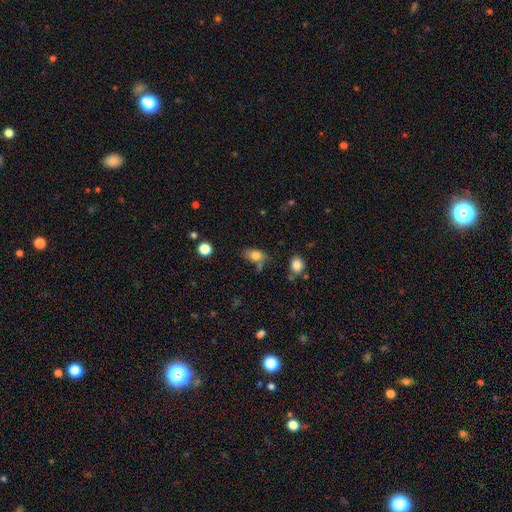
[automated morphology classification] smooth 80%, star or artifact 10%, featured or disk 10%. Down the decision tree: how rounded — in between (82%); merging — none (60%).